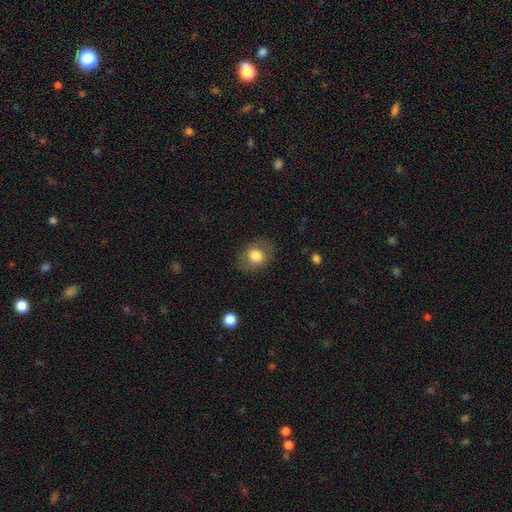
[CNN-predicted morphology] Smooth or featured?
  - smooth: 75% *
  - featured or disk: 17%
  - star or artifact: 8%
How rounded?
  - in between: 51% *
  - round: 48%
  - cigar-shaped: 1%
Merging?
  - none: 80% *
  - minor disturbance: 13%
  - major disturbance: 6%
  - merger: 1%